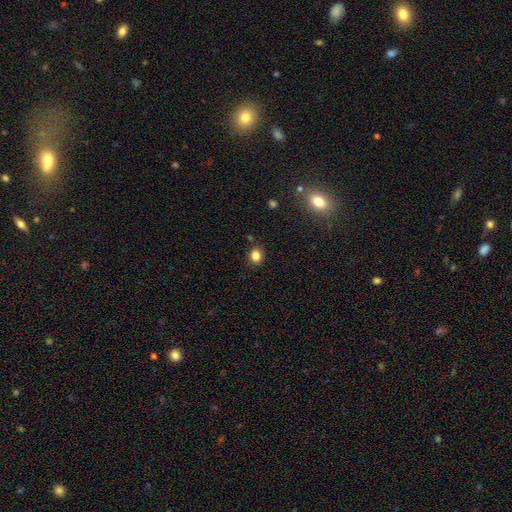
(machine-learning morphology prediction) Overall: smooth (83%). How rounded: round (58%; in between 41%). Merging: none (86%).